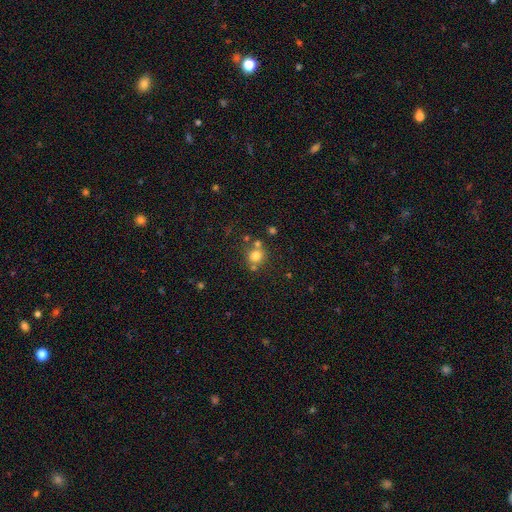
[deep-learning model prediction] The model was most divided on "merging": none: 66%, merger: 20%, minor disturbance: 10%, major disturbance: 4%. More confident: how rounded — round (87%); smooth or featured — smooth (76%).